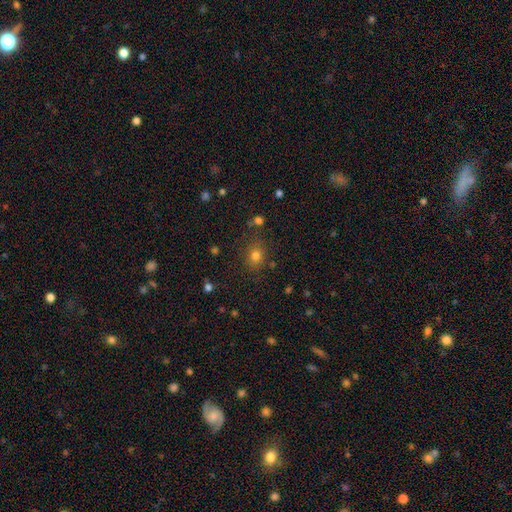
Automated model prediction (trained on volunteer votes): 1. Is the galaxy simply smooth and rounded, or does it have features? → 76% smooth, 17% star or artifact, 7% featured or disk.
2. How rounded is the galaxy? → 64% round, 35% in between, 1% cigar-shaped.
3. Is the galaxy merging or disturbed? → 80% none, 12% minor disturbance, 4% major disturbance, 4% merger.